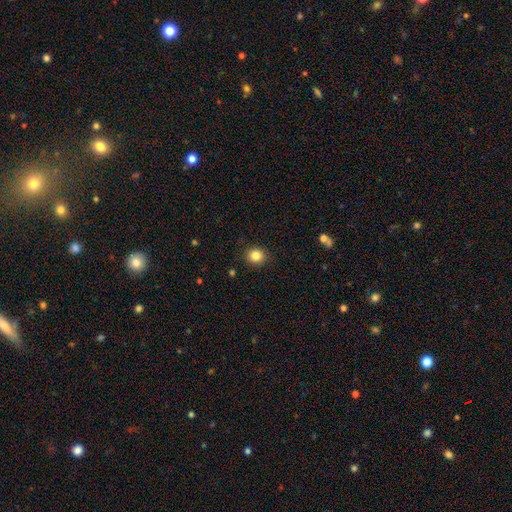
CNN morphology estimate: Smooth or featured? Predicted: smooth (p=0.84). How rounded? Predicted: round (p=0.84). Merging? Predicted: none (p=0.90).